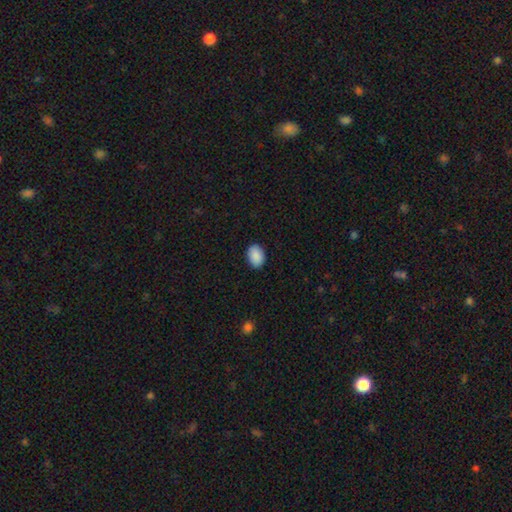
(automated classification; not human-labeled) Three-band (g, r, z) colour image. It shows a smooth galaxy with no disk features (90%) that is in between round and cigar-shaped (81%). Merging: none (89%).